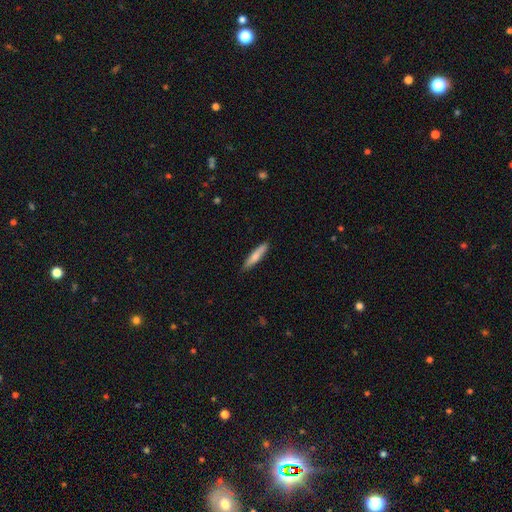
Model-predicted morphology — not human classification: Smooth or featured?
  - smooth: 76% *
  - featured or disk: 18%
  - star or artifact: 6%
How rounded?
  - cigar-shaped: 87% *
  - in between: 11%
  - round: 1%
Merging?
  - none: 87% *
  - minor disturbance: 10%
  - major disturbance: 2%
  - merger: 1%